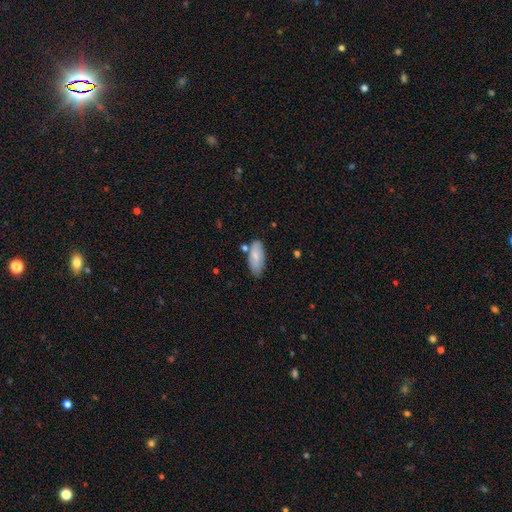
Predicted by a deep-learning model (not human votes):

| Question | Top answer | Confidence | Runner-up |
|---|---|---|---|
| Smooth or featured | smooth | 77% | featured or disk (17%) |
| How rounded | in between | 86% | cigar-shaped (12%) |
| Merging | none | 71% | minor disturbance (19%) |